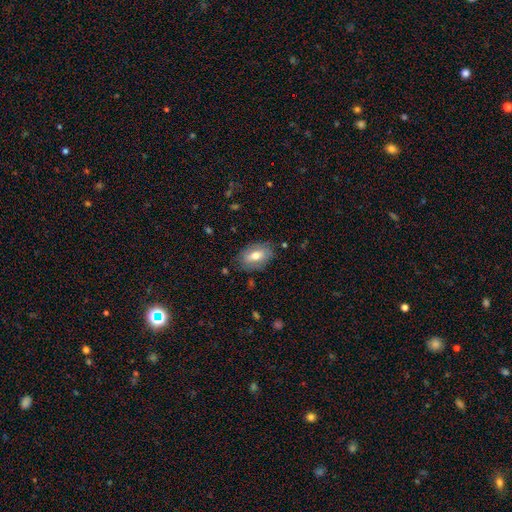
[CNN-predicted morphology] This is likely a smooth galaxy (64%). How rounded: clearly in between (89%). Merging: likely none (78%).